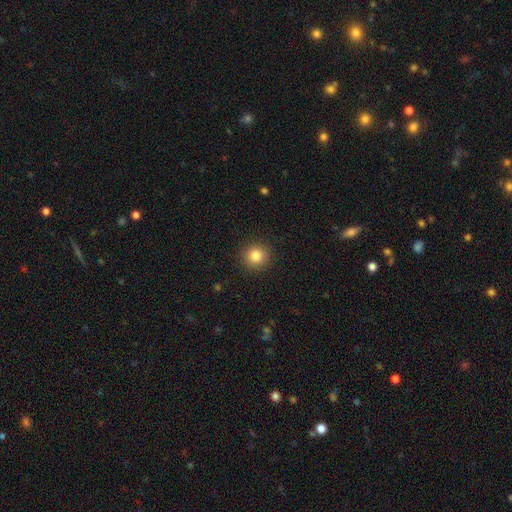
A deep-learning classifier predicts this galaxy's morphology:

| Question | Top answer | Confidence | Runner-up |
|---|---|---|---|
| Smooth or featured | smooth | 83% | star or artifact (11%) |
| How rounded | round | 93% | in between (6%) |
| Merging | none | 92% | minor disturbance (5%) |